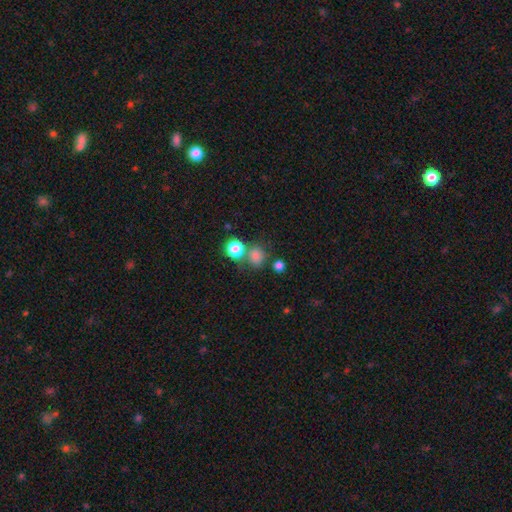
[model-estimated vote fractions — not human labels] Smooth or featured: smooth — 77% (star or artifact — 15%)
How rounded: round — 78% (in between — 21%)
Merging: none — 62% (merger — 21%)